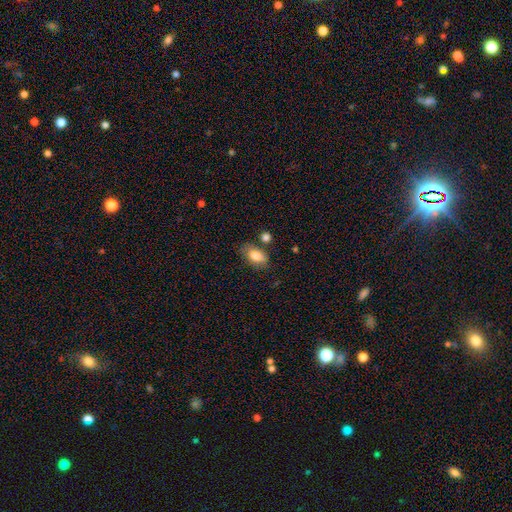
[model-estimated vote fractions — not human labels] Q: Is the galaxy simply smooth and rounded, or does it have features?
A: smooth — 83%.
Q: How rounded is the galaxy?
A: in between — 90%.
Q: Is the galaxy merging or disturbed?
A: none — 65%.